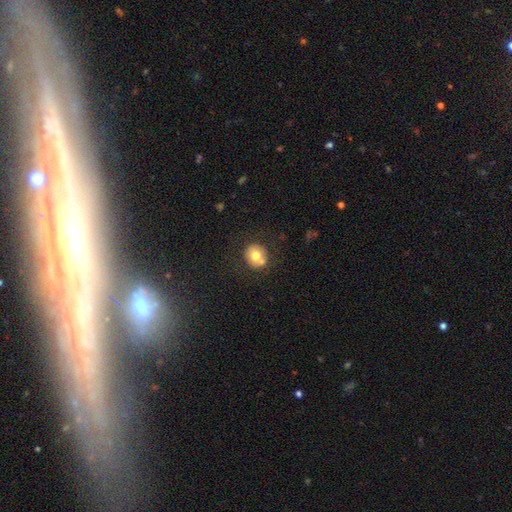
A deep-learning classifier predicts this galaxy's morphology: Overall: smooth (71%). How rounded: round (85%). Merging: none (70%).